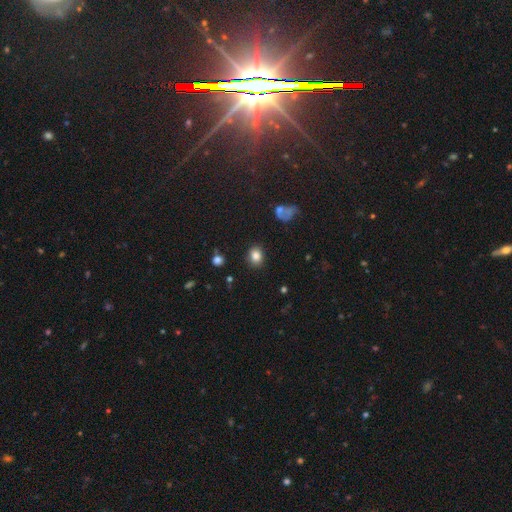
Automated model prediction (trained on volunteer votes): Morphology: type=smooth (83%); roundness=round (55%); merging=none (87%).